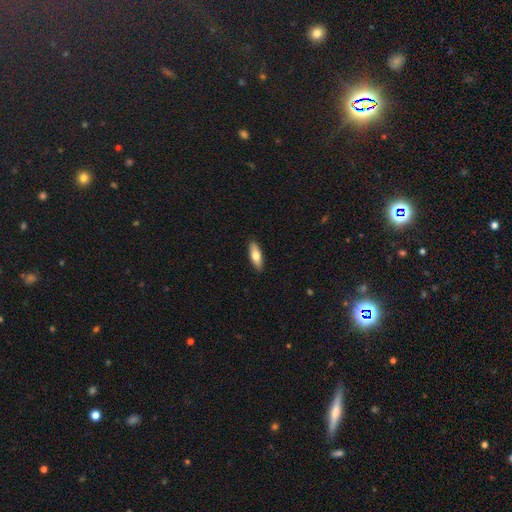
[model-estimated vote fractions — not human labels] Smooth or featured?
  - smooth: 71% *
  - featured or disk: 23%
  - star or artifact: 6%
How rounded?
  - in between: 64% *
  - cigar-shaped: 34%
  - round: 2%
Merging?
  - none: 90% *
  - minor disturbance: 7%
  - major disturbance: 2%
  - merger: 1%